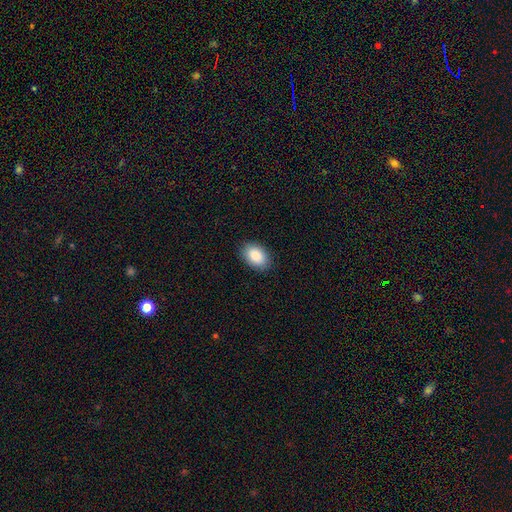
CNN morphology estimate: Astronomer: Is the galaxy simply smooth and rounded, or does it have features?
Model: smooth — 89%.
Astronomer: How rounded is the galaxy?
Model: in between — 88%.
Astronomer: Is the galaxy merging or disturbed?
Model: none — 88%.